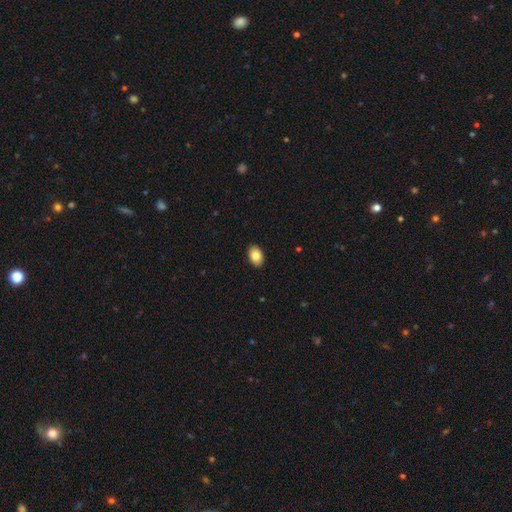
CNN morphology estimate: A smooth galaxy with no disk features (87%) that is in between round and cigar-shaped (87%). Merging: none (90%).